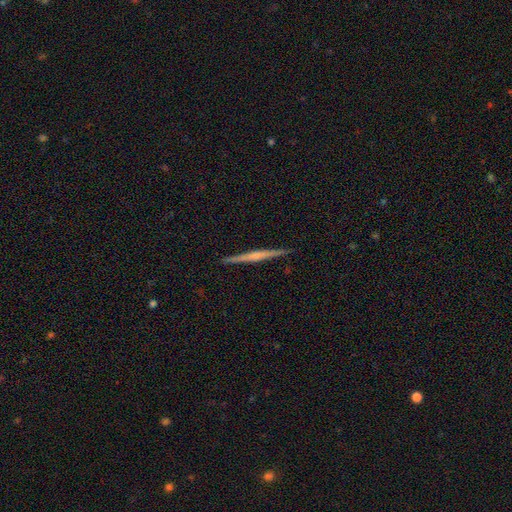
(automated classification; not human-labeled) Smooth or featured? Predicted: featured or disk (p=0.69). Edge-on disk? Predicted: yes (p=0.98). Edge-on bulge? Predicted: none (p=0.45). Merging? Predicted: none (p=0.92).